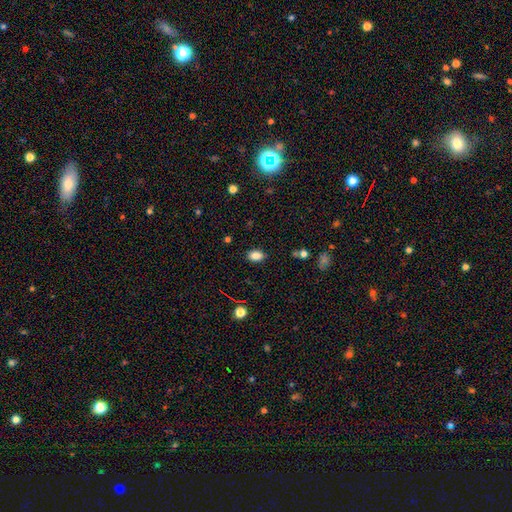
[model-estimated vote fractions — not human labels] The model was most divided on "how rounded": in between: 85%, round: 13%, cigar-shaped: 2%. More confident: merging — none (87%); smooth or featured — smooth (84%).